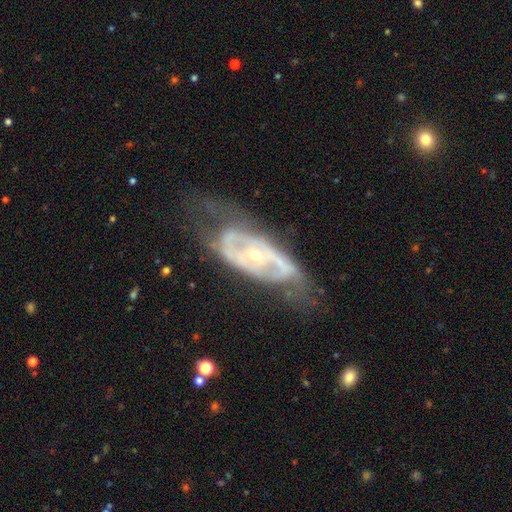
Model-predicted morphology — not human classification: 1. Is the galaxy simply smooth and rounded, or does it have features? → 83% featured or disk, 12% smooth, 6% star or artifact.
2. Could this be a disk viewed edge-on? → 88% no, 12% yes.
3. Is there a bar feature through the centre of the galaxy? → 60% no, 23% weak, 17% strong.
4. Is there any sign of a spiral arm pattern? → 63% yes, 37% no.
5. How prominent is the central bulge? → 51% small, 45% moderate, 2% large, 1% dominant, 1% none.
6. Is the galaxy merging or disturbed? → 49% none, 26% major disturbance, 22% minor disturbance, 3% merger.